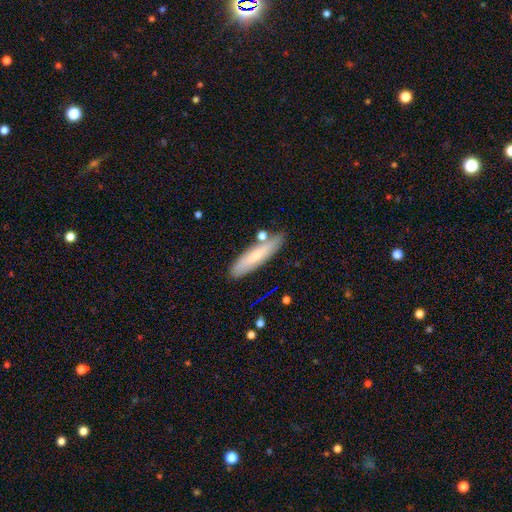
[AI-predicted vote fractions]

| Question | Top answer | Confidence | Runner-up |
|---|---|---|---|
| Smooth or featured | smooth | 60% | featured or disk (33%) |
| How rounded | cigar-shaped | 76% | in between (22%) |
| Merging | none | 80% | minor disturbance (12%) |